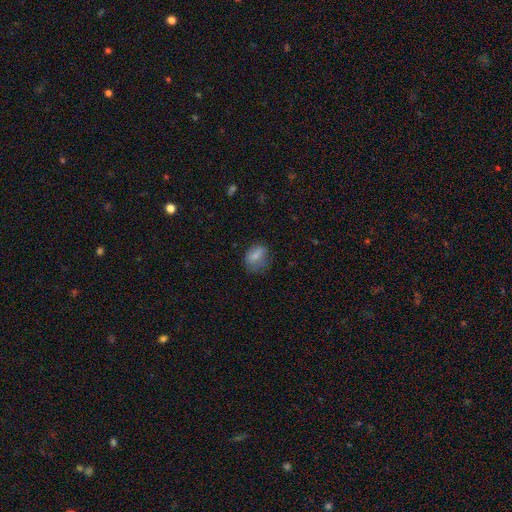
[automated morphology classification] This appears to be a smooth galaxy with no disk features (78%) that is in between round and cigar-shaped (66%). Merging: none (59%).